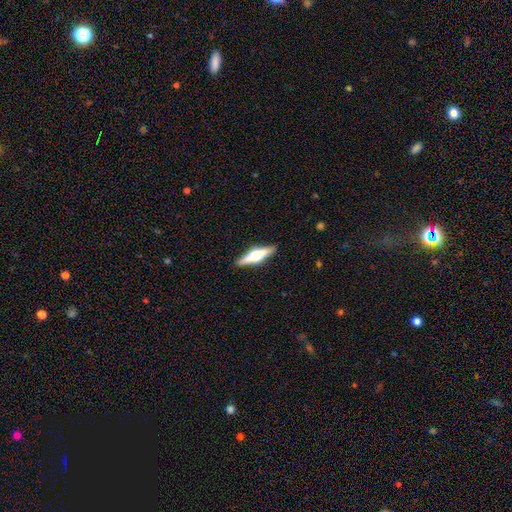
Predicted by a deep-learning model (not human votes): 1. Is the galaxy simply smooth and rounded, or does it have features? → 66% featured or disk, 29% smooth, 6% star or artifact.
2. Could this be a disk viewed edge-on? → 97% yes, 3% no.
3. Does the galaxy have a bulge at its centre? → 91% rounded, 7% boxy, 2% none.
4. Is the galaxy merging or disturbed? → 90% none, 7% minor disturbance, 2% major disturbance, 1% merger.